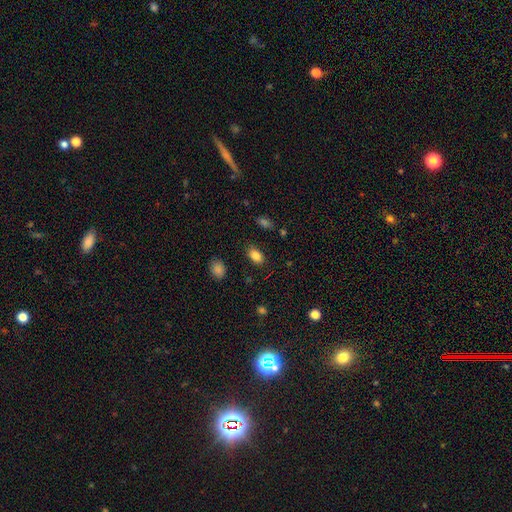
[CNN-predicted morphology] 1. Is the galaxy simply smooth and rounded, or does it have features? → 85% smooth, 9% star or artifact, 6% featured or disk.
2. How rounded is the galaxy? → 90% in between, 8% round, 2% cigar-shaped.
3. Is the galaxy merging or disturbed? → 85% none, 10% minor disturbance, 3% major disturbance, 2% merger.